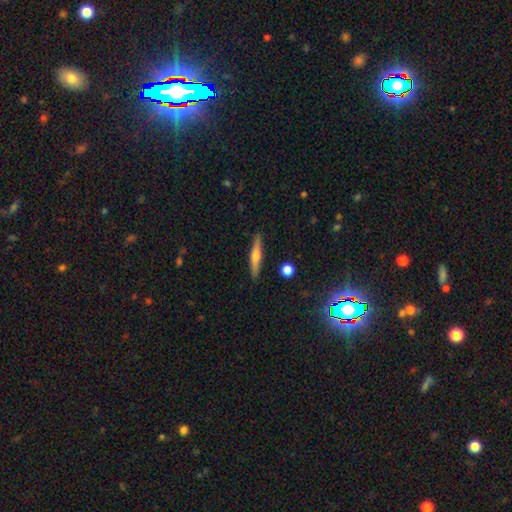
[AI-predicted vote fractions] A featured or disk galaxy (49%). Merging: none (89%).